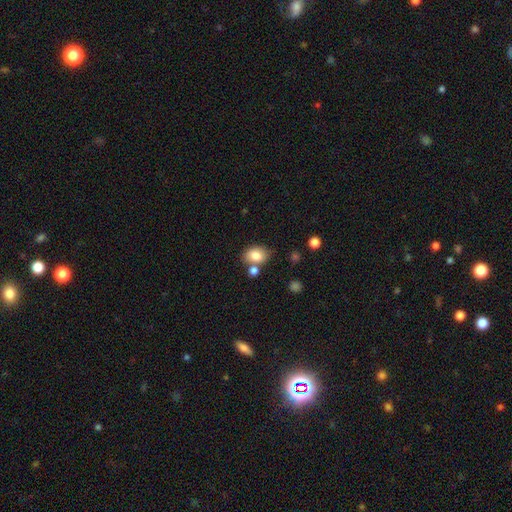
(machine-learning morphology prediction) A smooth galaxy with no disk features (81%) that is in between round and cigar-shaped (71%).

Vote fractions:
- Smooth or featured? smooth: 81% / featured or disk: 9% / star or artifact: 9%
- How rounded? in between: 71% / round: 28% / cigar-shaped: 1%
- Merging? none: 65% / merger: 17% / minor disturbance: 14% / major disturbance: 4%